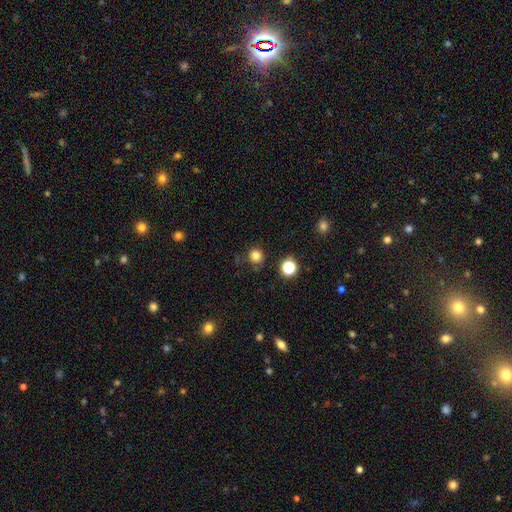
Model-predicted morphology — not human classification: Smooth or featured? smooth (80%)
How rounded? round (91%)
Merging? none (80%)